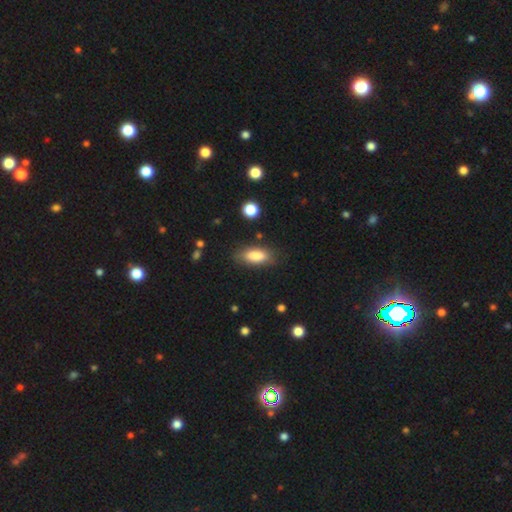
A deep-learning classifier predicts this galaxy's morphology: Smooth or featured? Predicted: smooth (p=0.82). How rounded? Predicted: in between (p=0.79). Merging? Predicted: none (p=0.81).